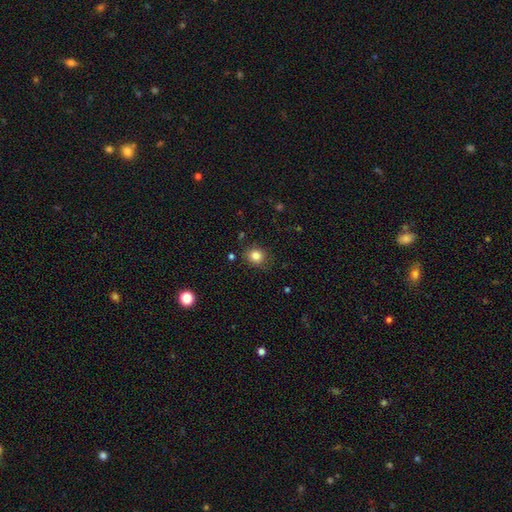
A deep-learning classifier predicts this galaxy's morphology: This is clearly a smooth galaxy (83%). How rounded: likely round (78%). Merging: clearly none (84%).